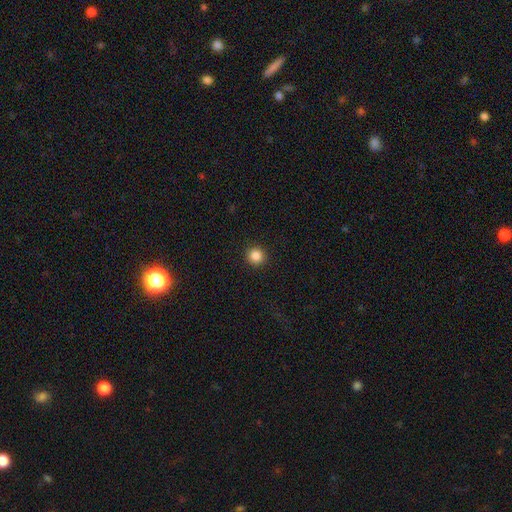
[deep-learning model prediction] Smooth or featured: smooth — 86% (star or artifact — 11%)
How rounded: round — 94% (in between — 5%)
Merging: none — 93% (minor disturbance — 4%)